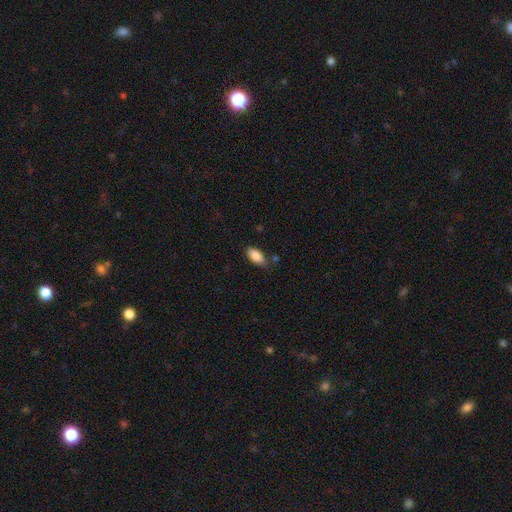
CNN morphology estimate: Overall: smooth (87%). How rounded: in between (91%). Merging: none (78%).